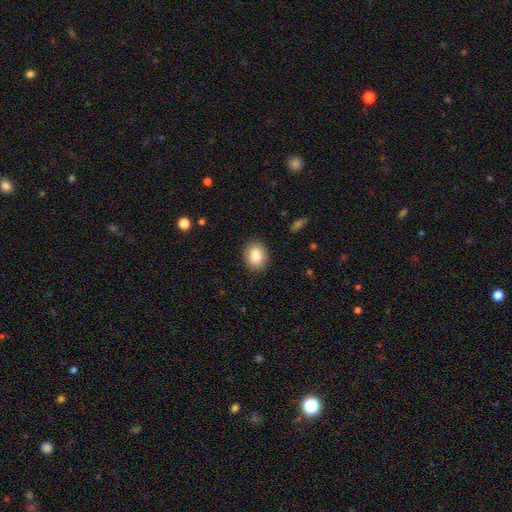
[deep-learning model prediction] Smooth or featured? smooth (88%)
How rounded? in between (56%)
Merging? none (88%)